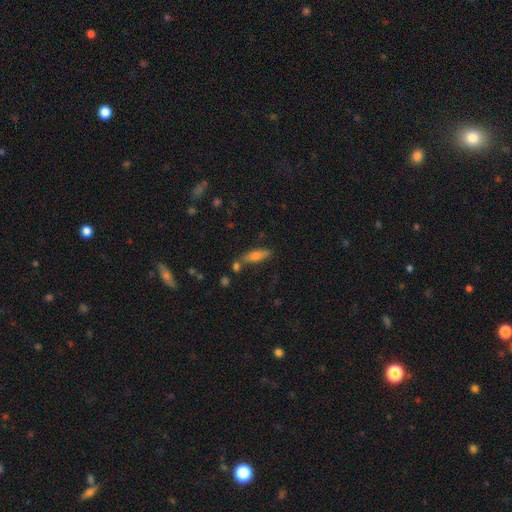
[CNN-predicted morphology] type=smooth (61%); roundness=cigar-shaped (57%); merging=none (68%).